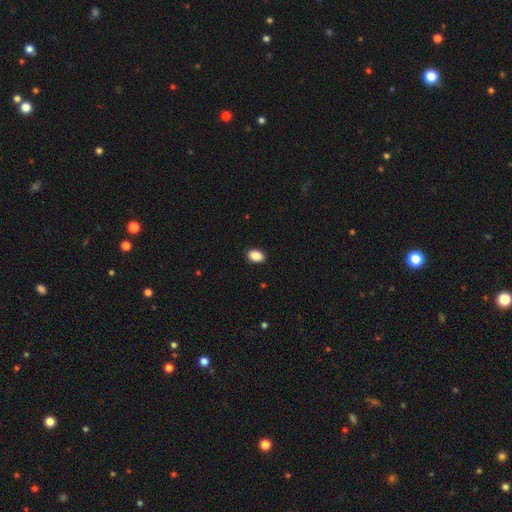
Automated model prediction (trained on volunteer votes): Morphology: type=smooth (90%); roundness=in between (84%); merging=none (90%).